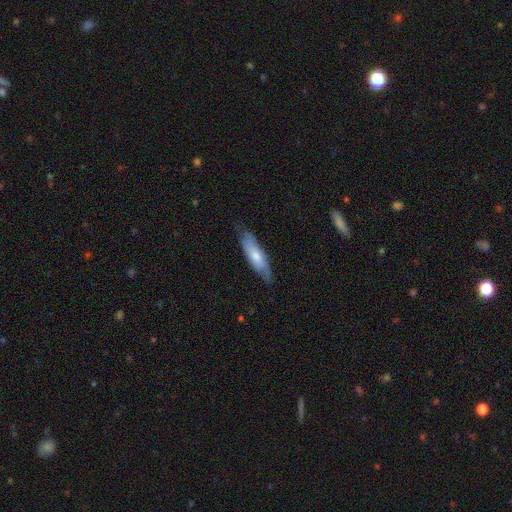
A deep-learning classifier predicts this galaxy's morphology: Q: Smooth or featured?
A: smooth (63%); runner-up: featured or disk (32%)
Q: How rounded?
A: cigar-shaped (53%); runner-up: in between (45%)
Q: Merging?
A: none (72%); runner-up: minor disturbance (23%)